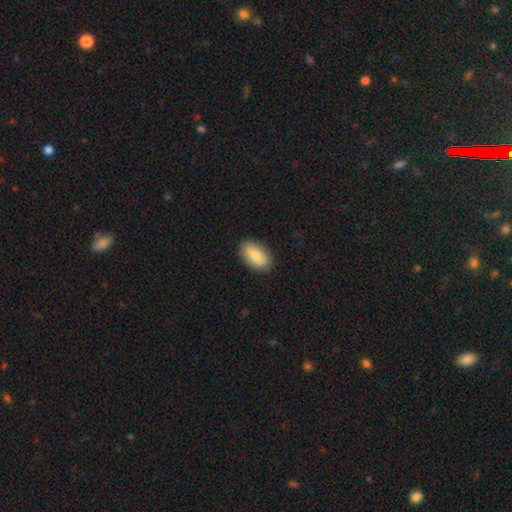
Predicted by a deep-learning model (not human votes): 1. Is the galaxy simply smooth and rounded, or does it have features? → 80% smooth, 14% featured or disk, 6% star or artifact.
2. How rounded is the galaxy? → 92% in between, 5% round, 2% cigar-shaped.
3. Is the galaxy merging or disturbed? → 87% none, 10% minor disturbance, 2% major disturbance, 1% merger.